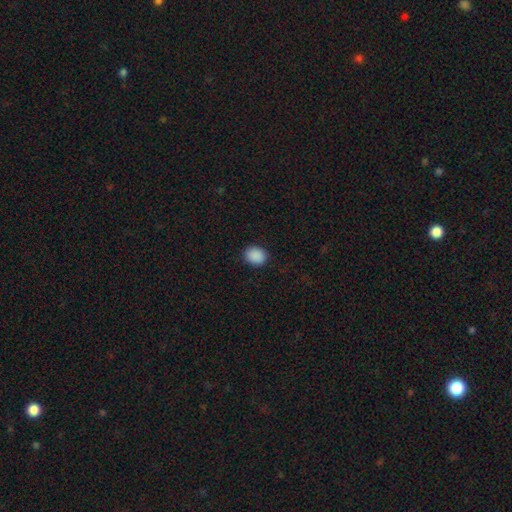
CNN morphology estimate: A smooth galaxy with no disk features (89%) that is round (59%). Merging: none (89%).